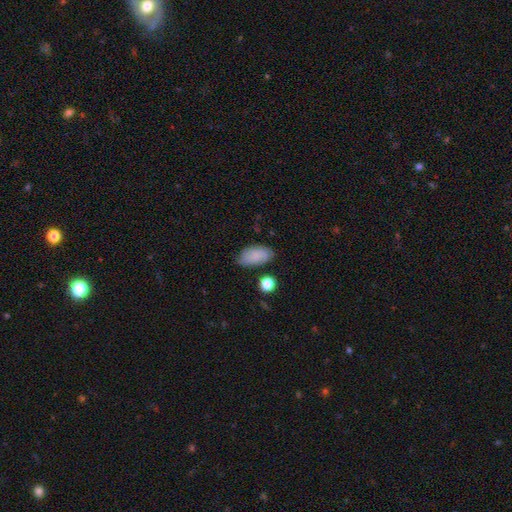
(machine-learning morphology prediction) A smooth galaxy with no disk features (81%) that is in between round and cigar-shaped (93%).

Vote fractions:
- Smooth or featured? smooth: 81% / featured or disk: 11% / star or artifact: 8%
- How rounded? in between: 93% / round: 4% / cigar-shaped: 3%
- Merging? none: 74% / minor disturbance: 18% / major disturbance: 4% / merger: 3%